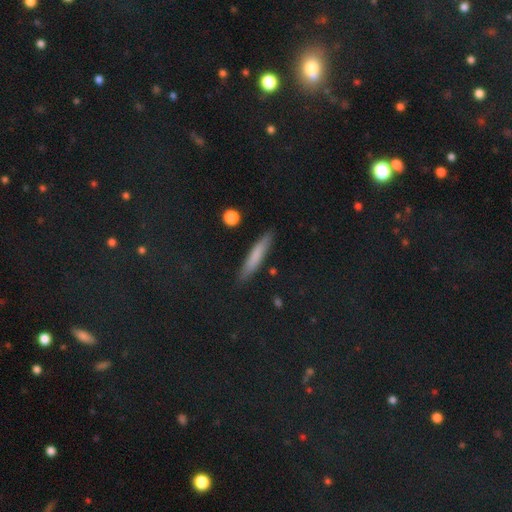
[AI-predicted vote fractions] The model was most divided on "smooth or featured": smooth: 69%, featured or disk: 20%, star or artifact: 11%. More confident: how rounded — cigar-shaped (90%); merging — none (87%).